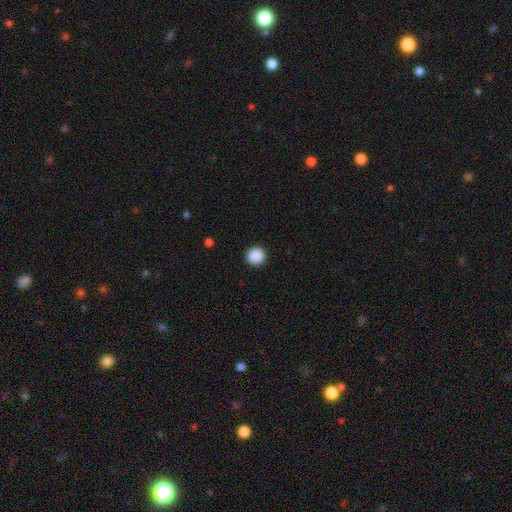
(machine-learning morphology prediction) Q: Smooth or featured?
A: smooth (89%); runner-up: star or artifact (9%)
Q: How rounded?
A: round (93%); runner-up: in between (6%)
Q: Merging?
A: none (93%); runner-up: minor disturbance (5%)